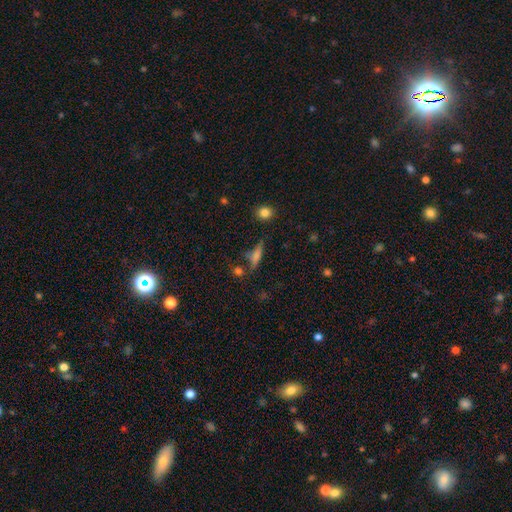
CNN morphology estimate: The model was most divided on "smooth or featured": smooth: 57%, featured or disk: 29%, star or artifact: 14%. More confident: how rounded — cigar-shaped (70%); merging — none (70%).